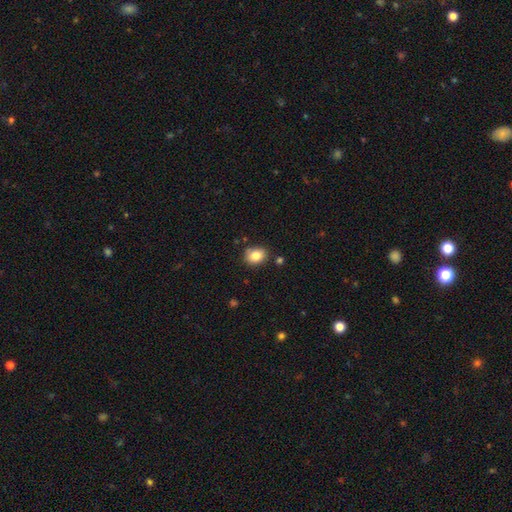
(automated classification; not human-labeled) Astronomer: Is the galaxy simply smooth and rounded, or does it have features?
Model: smooth — 83%.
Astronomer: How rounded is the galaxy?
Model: in between — 56% (runner-up: round, 43%).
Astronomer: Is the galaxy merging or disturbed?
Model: none — 81%.